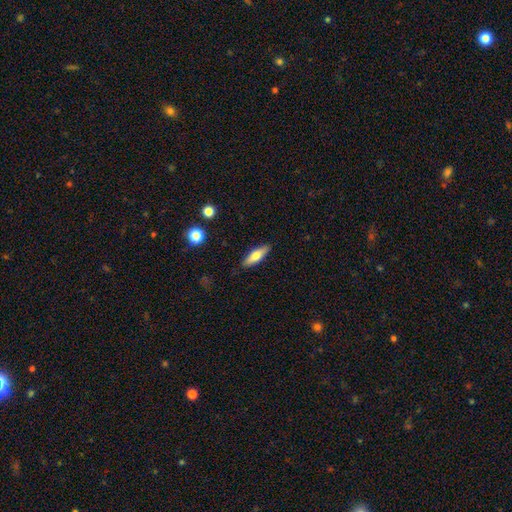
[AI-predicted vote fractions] Smooth or featured: smooth — 66% (featured or disk — 27%)
How rounded: cigar-shaped — 49% (in between — 48%)
Merging: none — 88% (minor disturbance — 9%)